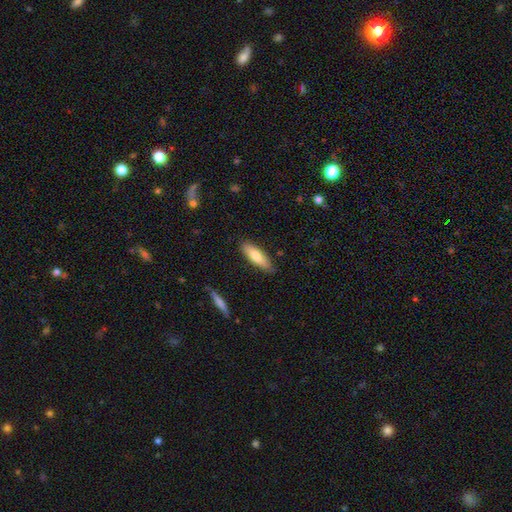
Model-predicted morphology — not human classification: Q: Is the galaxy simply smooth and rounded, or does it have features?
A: smooth — 77%.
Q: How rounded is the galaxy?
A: cigar-shaped — 50%.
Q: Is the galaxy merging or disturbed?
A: none — 81%.